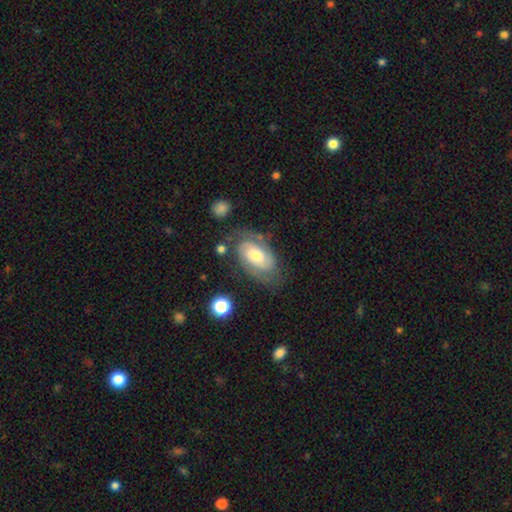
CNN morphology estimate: This appears to be a featured or disk galaxy (74%) with no bar (54%), 2 (78%) tight (55%) spiral arms (91%) and a moderate central bulge (59%). Merging: none (70%).